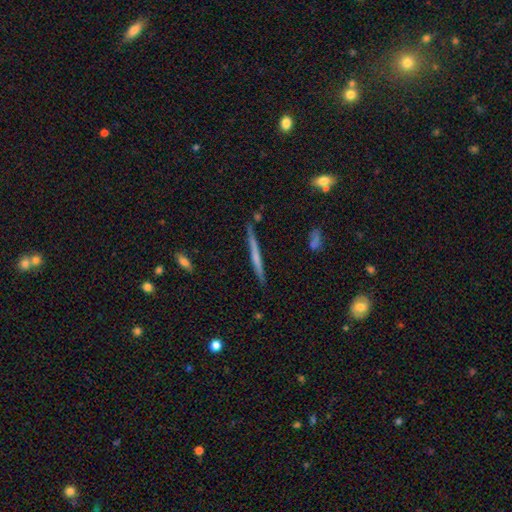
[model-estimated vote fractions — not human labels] featured or disk 54%, smooth 39%, star or artifact 7%. Down the decision tree: edge-on disk — yes (97%); edge-on bulge — none (75%); merging — none (86%).